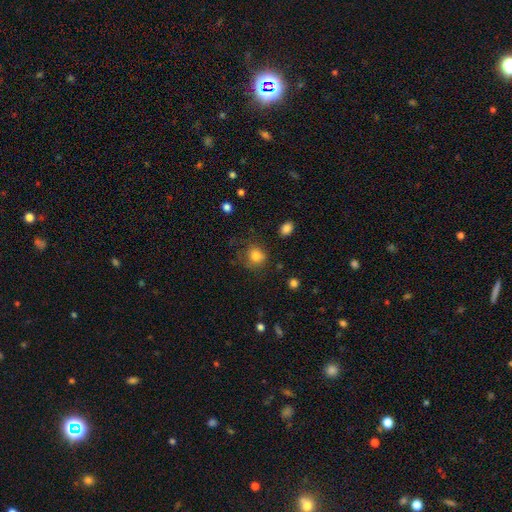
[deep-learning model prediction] Smooth or featured?
  - smooth: 81% *
  - star or artifact: 12%
  - featured or disk: 8%
How rounded?
  - round: 79% *
  - in between: 20%
  - cigar-shaped: 1%
Merging?
  - none: 67% *
  - minor disturbance: 20%
  - major disturbance: 11%
  - merger: 2%